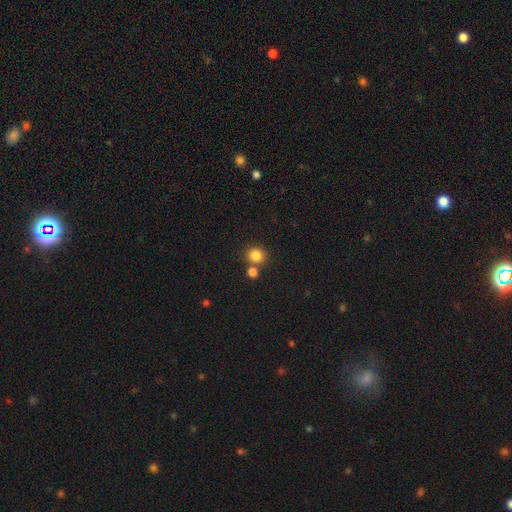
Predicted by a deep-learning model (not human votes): Smooth or featured: smooth — 84% (star or artifact — 12%)
How rounded: round — 86% (in between — 13%)
Merging: none — 71% (merger — 19%)